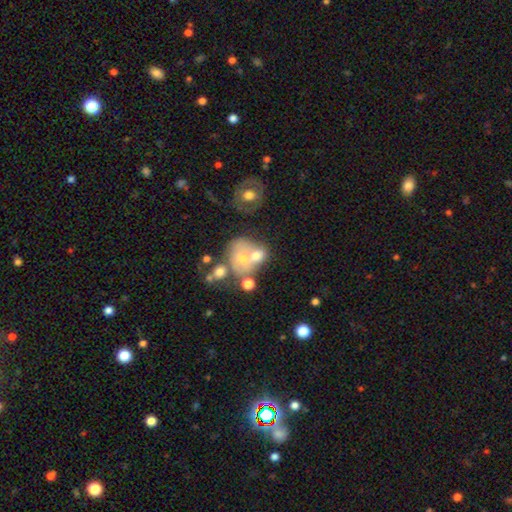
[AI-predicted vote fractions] smooth 52%, featured or disk 35%, star or artifact 13%. Down the decision tree: how rounded — round (59%); merging — merger (60%).